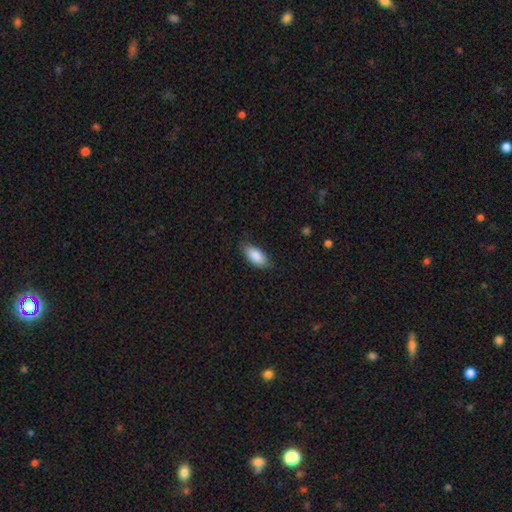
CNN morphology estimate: Smooth or featured?
  - smooth: 87% *
  - featured or disk: 7%
  - star or artifact: 6%
How rounded?
  - in between: 88% *
  - cigar-shaped: 10%
  - round: 2%
Merging?
  - none: 81% *
  - minor disturbance: 15%
  - major disturbance: 3%
  - merger: 1%